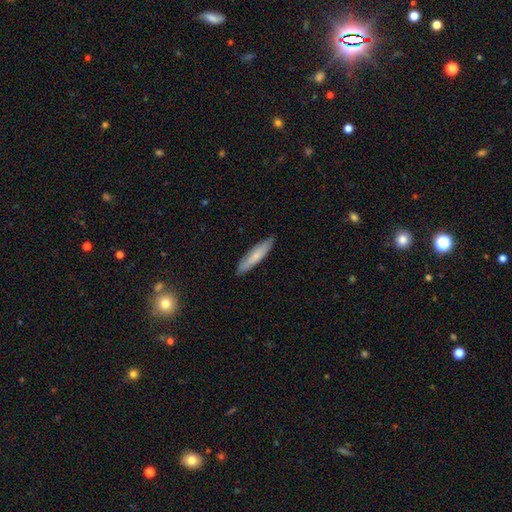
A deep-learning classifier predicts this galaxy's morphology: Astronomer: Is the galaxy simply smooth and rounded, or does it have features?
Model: smooth — 72%.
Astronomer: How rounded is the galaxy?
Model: cigar-shaped — 82%.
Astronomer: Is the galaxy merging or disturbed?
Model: none — 88%.